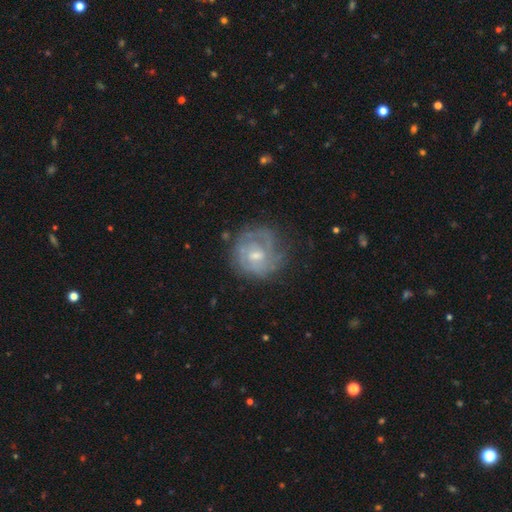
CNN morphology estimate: The model was most divided on "bulge size": moderate: 49%, small: 44%, none: 4%, large: 3%, dominant: 1%. Remaining: edge-on disk — no (98%); spiral arms — yes (79%); smooth or featured — featured or disk (72%); merging — none (66%); spiral winding — tight (60%); bar — no (51%); spiral arm count — can't tell (45%).